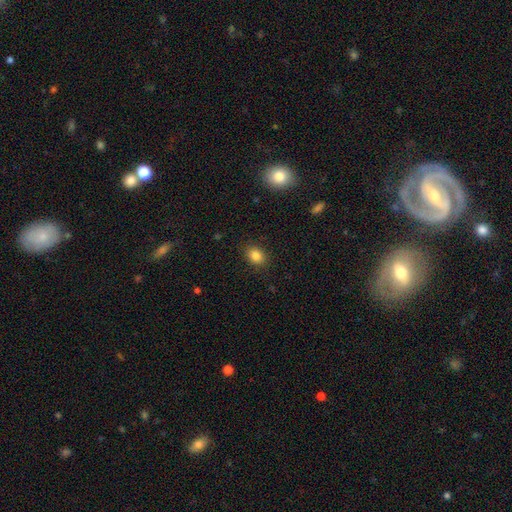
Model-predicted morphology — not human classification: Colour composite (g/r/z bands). It shows a smooth galaxy with no disk features (84%) that is in between round and cigar-shaped (57%). Merging: none (88%).